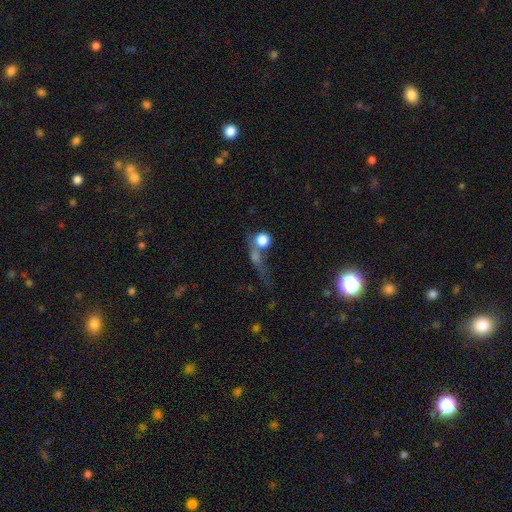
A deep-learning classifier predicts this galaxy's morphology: type=smooth (50%); merging=none (45%).